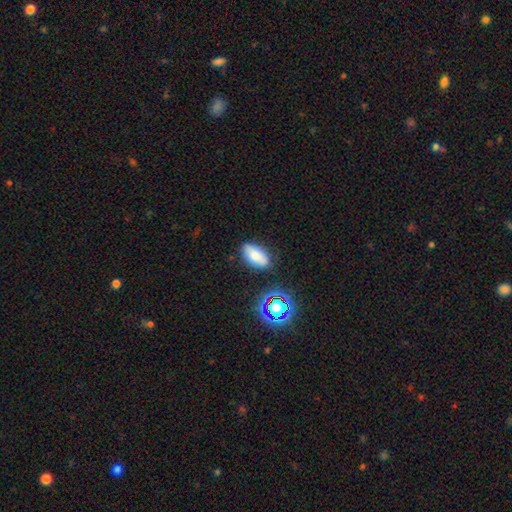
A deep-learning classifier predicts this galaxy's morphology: Q: Smooth or featured?
A: smooth (77%); runner-up: featured or disk (12%)
Q: How rounded?
A: in between (89%); runner-up: cigar-shaped (6%)
Q: Merging?
A: none (82%); runner-up: minor disturbance (13%)